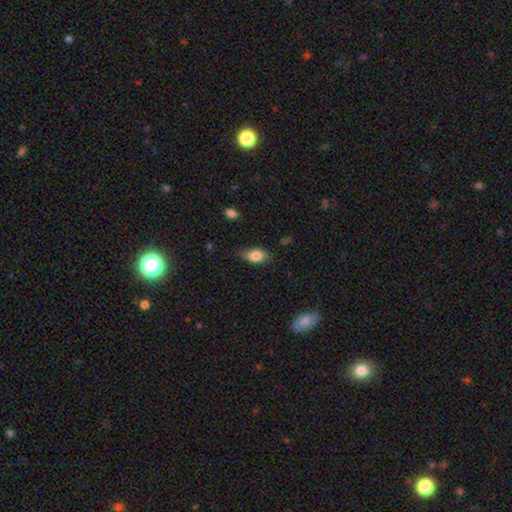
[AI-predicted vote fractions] Morphology: type=smooth (85%); roundness=in between (89%); merging=none (73%).